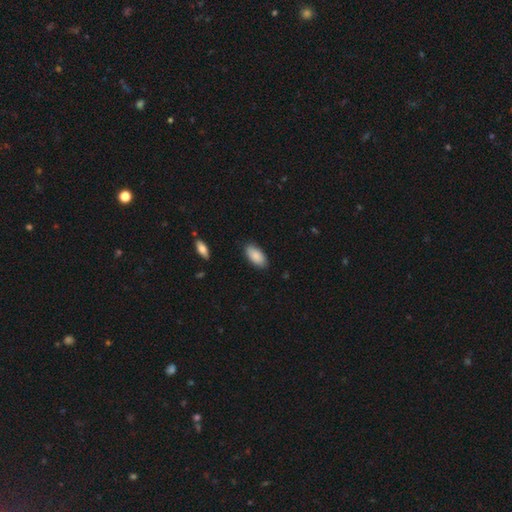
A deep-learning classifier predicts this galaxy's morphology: A smooth galaxy with no disk features (89%) that is in between round and cigar-shaped (94%). Merging: none (85%).